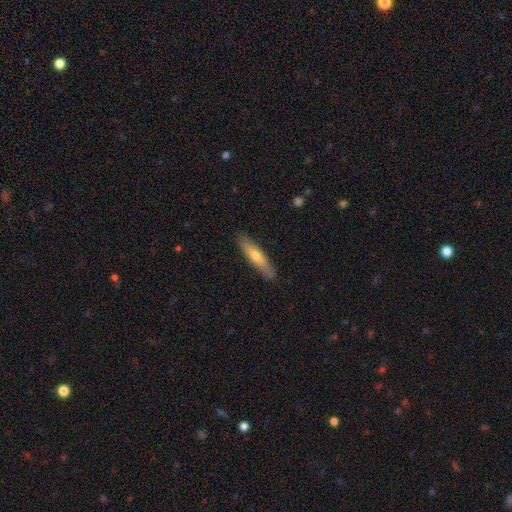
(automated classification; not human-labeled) Morphology: type=smooth (54%); roundness=cigar-shaped (85%); merging=none (87%).